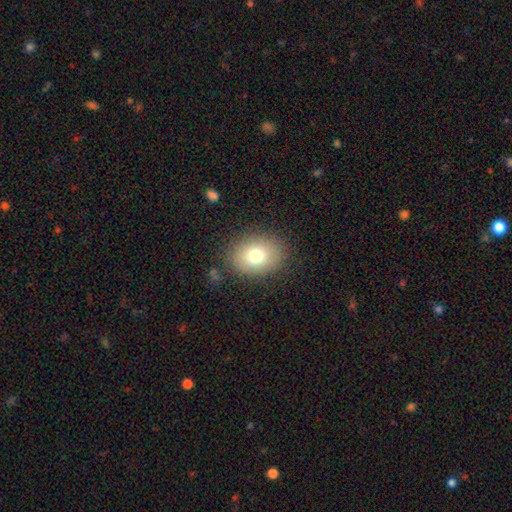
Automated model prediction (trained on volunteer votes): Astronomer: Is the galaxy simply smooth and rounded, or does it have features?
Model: smooth — 76%.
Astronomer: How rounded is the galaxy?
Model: in between — 53% (runner-up: round, 46%).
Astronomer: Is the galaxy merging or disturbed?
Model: none — 85%.